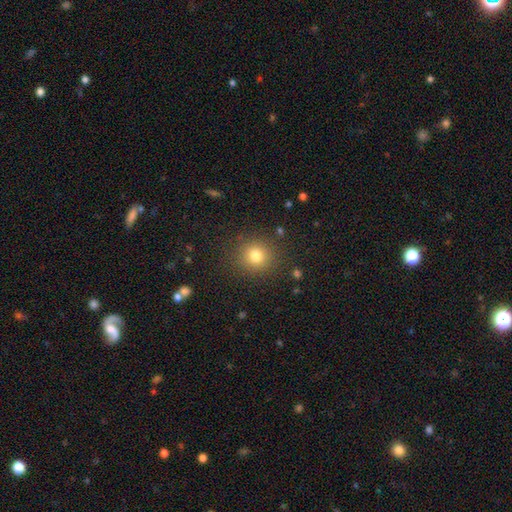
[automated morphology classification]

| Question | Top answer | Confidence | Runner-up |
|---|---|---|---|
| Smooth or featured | smooth | 79% | star or artifact (14%) |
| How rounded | round | 90% | in between (9%) |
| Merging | none | 88% | minor disturbance (7%) |